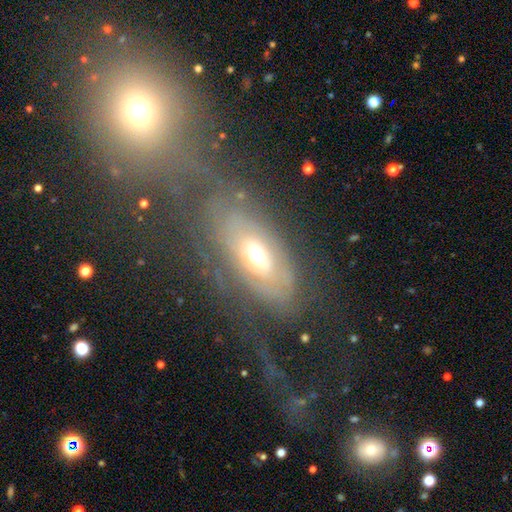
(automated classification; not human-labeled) A featured or disk galaxy (51%).

Vote fractions:
- Smooth or featured? featured or disk: 51% / smooth: 34% / star or artifact: 15%
- Edge-on disk? no: 87% / yes: 13%
- Merging? none: 39% / merger: 27% / major disturbance: 19% / minor disturbance: 15%